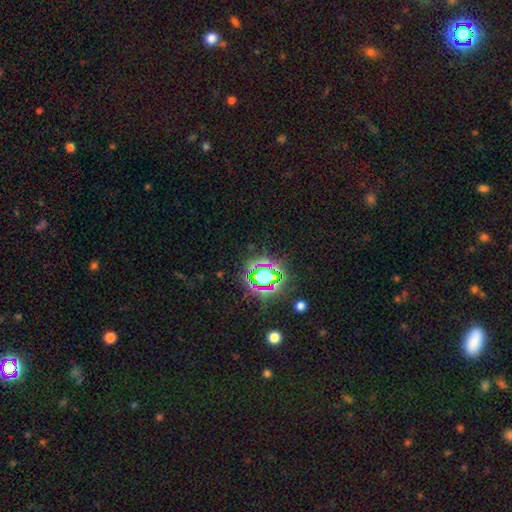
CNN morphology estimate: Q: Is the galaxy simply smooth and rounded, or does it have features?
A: star or artifact — 78%.